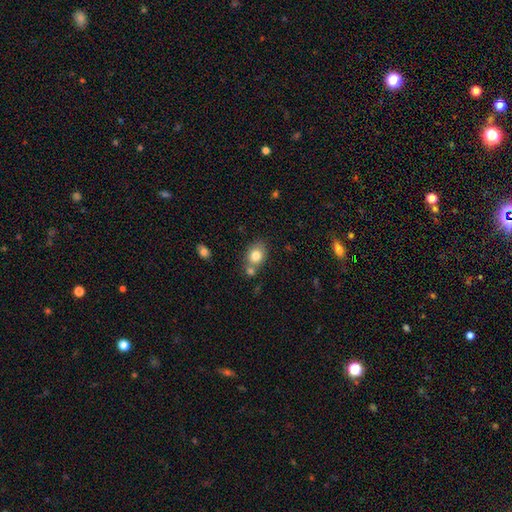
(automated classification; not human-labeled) A smooth galaxy with no disk features (80%) that is in between round and cigar-shaped (57%).

Vote fractions:
- Smooth or featured? smooth: 80% / featured or disk: 11% / star or artifact: 9%
- How rounded? in between: 57% / round: 42% / cigar-shaped: 1%
- Merging? none: 57% / merger: 27% / minor disturbance: 13% / major disturbance: 4%